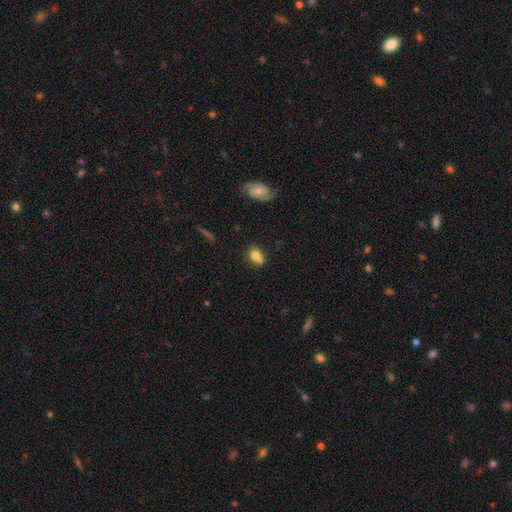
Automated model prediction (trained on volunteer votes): smooth 73%, featured or disk 17%, star or artifact 10%. Down the decision tree: how rounded — in between (64%); merging — none (47%).